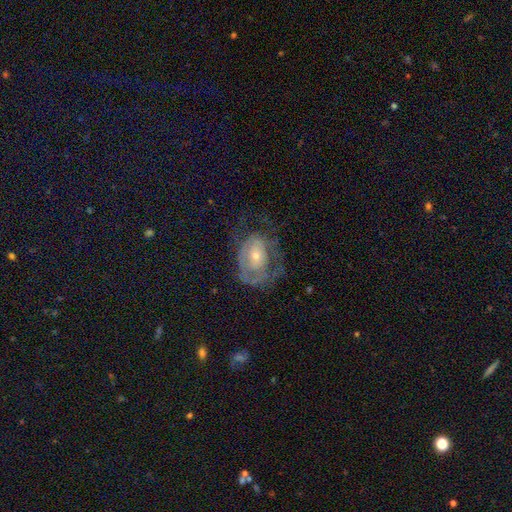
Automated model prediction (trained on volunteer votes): This is likely a featured or disk galaxy (66%). It is clearly not viewed edge-on (96%). Bar: likely no (75%). Spiral arm pattern: likely yes (60%). Central bulge: possibly small (56%). Merging: marginally none (43%).